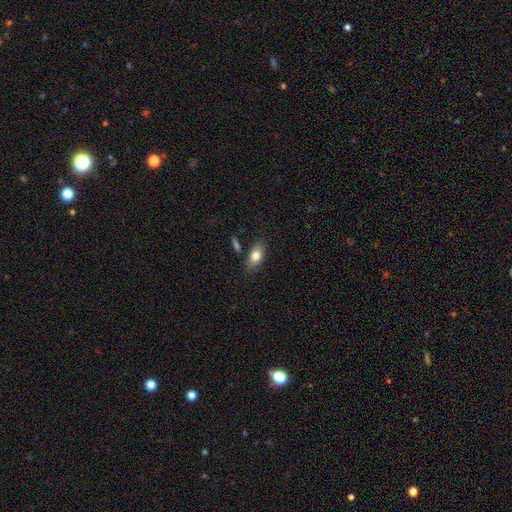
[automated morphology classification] Smooth or featured: smooth — 77% (featured or disk — 15%)
How rounded: in between — 87% (cigar-shaped — 7%)
Merging: none — 79% (minor disturbance — 13%)